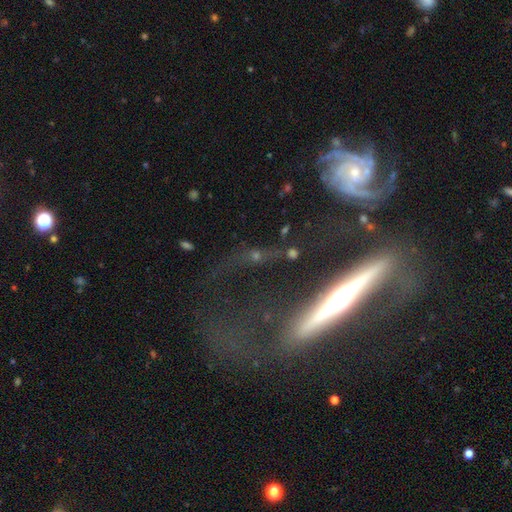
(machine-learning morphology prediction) Smooth or featured?
  - featured or disk: 49% *
  - star or artifact: 26%
  - smooth: 25%
Merging?
  - none: 62% *
  - minor disturbance: 16%
  - major disturbance: 15%
  - merger: 7%